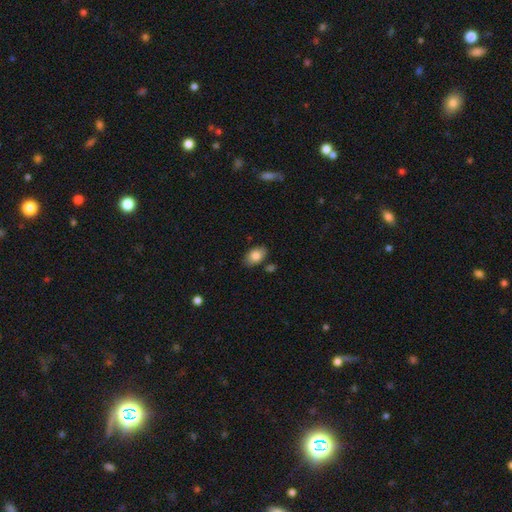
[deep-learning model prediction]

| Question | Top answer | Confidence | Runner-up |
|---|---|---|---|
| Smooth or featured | smooth | 84% | featured or disk (9%) |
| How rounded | in between | 88% | round (10%) |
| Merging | none | 82% | minor disturbance (12%) |